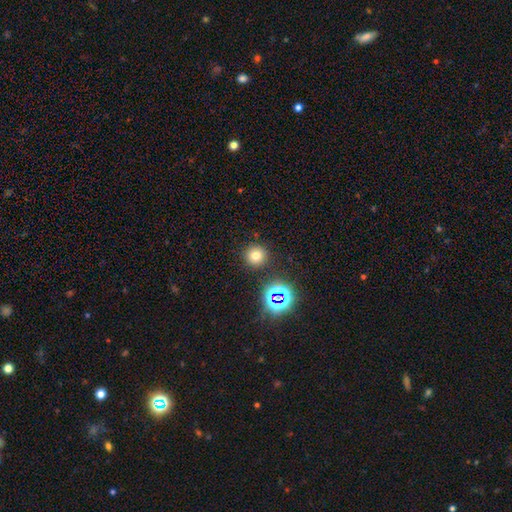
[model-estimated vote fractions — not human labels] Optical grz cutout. It shows a smooth galaxy with no disk features (71%) that is round (95%). Merging: none (89%).